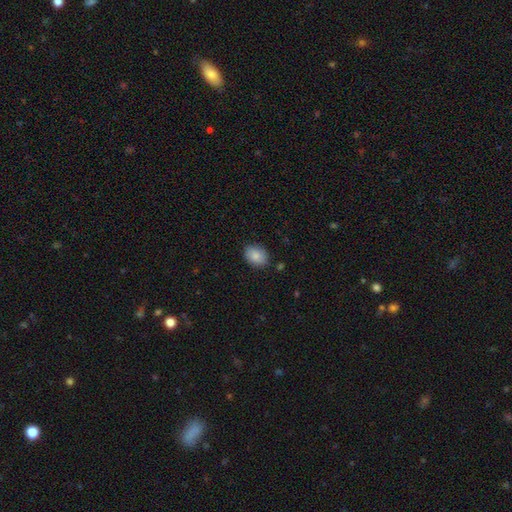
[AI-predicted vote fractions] A smooth galaxy with no disk features (86%) that is in between round and cigar-shaped (70%). Merging: none (85%).